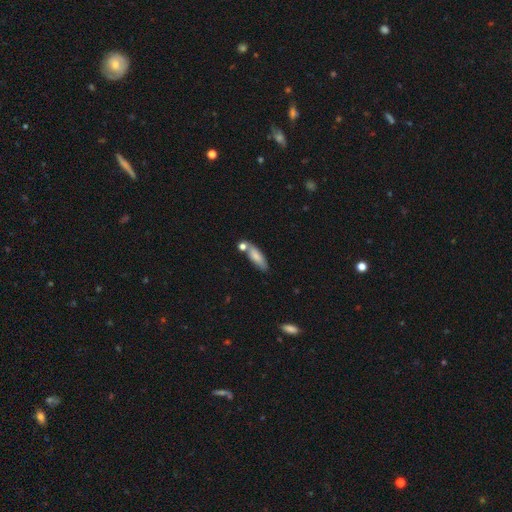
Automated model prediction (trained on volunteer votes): Smooth or featured: smooth — 77% (featured or disk — 17%)
How rounded: in between — 52% (cigar-shaped — 45%)
Merging: none — 62% (merger — 18%)